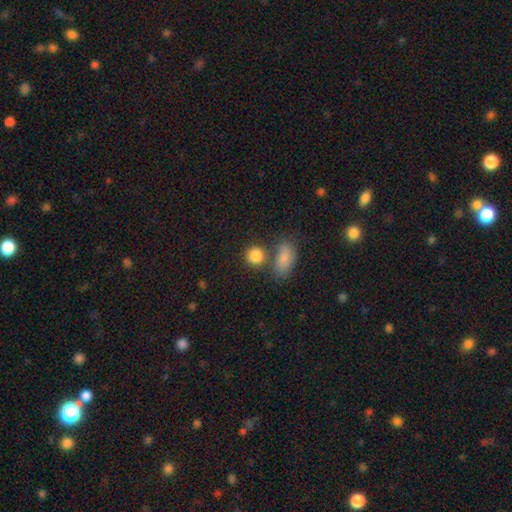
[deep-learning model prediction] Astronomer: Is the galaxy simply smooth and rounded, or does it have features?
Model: smooth — 86%.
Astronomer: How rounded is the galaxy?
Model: round — 80%.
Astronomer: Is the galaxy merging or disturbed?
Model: none — 62%.